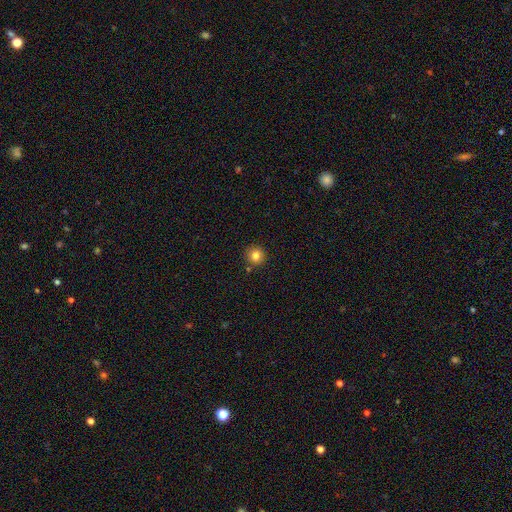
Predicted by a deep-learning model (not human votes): Morphology: type=smooth (81%); roundness=round (94%); merging=none (86%).